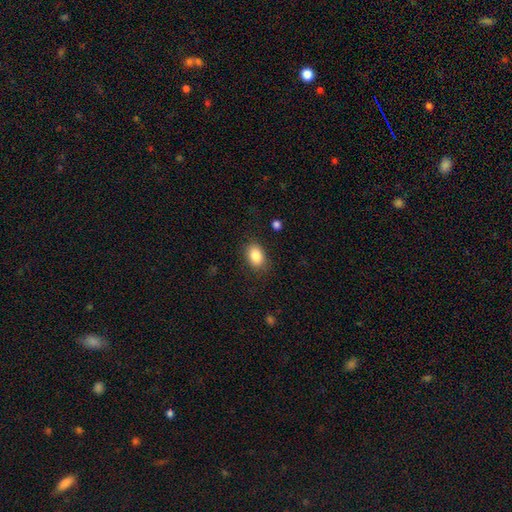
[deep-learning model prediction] A smooth galaxy with no disk features (86%) that is in between round and cigar-shaped (80%). Merging: none (84%).